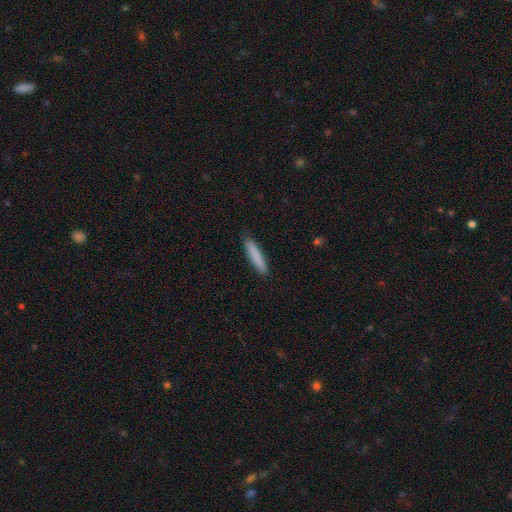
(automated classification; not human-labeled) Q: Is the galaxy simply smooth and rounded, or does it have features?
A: smooth — 85%.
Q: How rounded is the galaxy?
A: cigar-shaped — 91%.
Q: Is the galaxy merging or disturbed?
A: none — 89%.